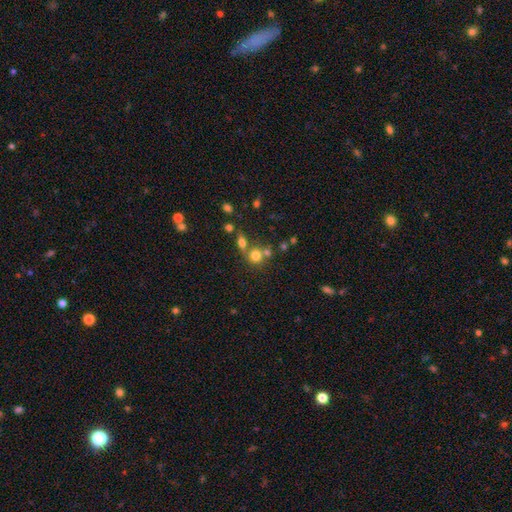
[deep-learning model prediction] A smooth galaxy with no disk features (73%) that is round (83%).

Vote fractions:
- Smooth or featured? smooth: 73% / star or artifact: 15% / featured or disk: 12%
- How rounded? round: 83% / in between: 16% / cigar-shaped: 1%
- Merging? none: 48% / merger: 38% / minor disturbance: 9% / major disturbance: 5%